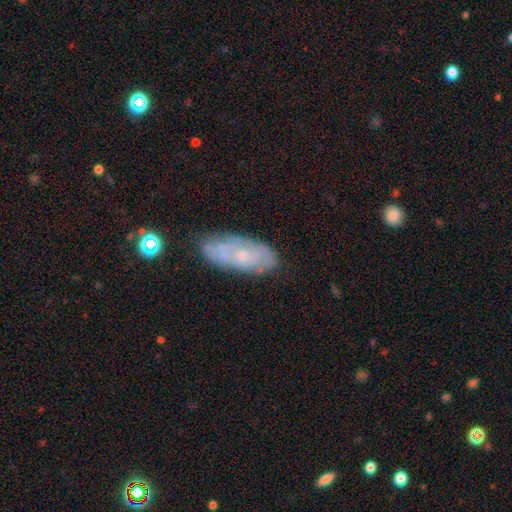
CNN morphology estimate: A featured or disk galaxy (58%) with no bar (82%), spiral arms (54%) and a small central bulge (65%). Merging: none (67%).